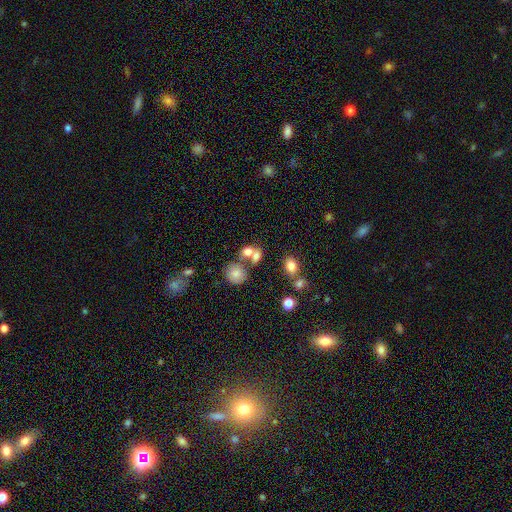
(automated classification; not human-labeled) A smooth galaxy with no disk features (73%) that is in between round and cigar-shaped (60%). Merging: merger (46%).